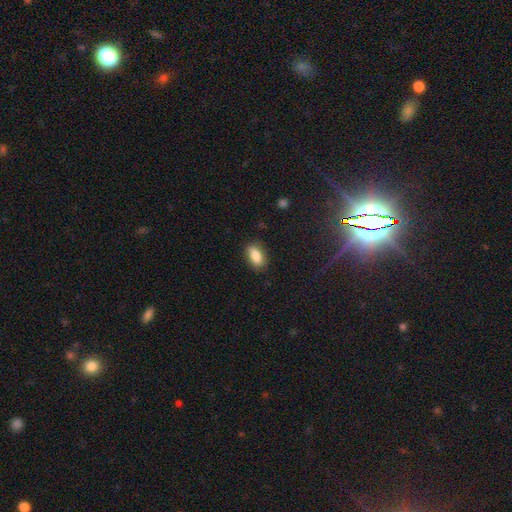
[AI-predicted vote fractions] Smooth or featured: smooth — 86% (star or artifact — 8%)
How rounded: in between — 88% (cigar-shaped — 7%)
Merging: none — 85% (minor disturbance — 11%)